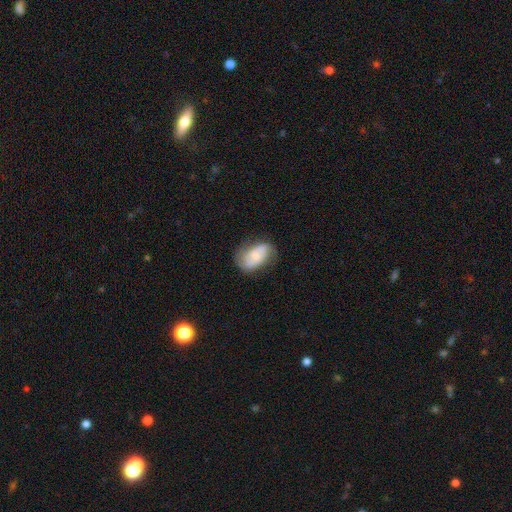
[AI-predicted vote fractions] Smooth or featured? Predicted: featured or disk (p=0.58). Edge-on disk? Predicted: no (p=0.96). Bar? Predicted: no (p=0.50). Spiral arms? Predicted: yes (p=0.86). Bulge size? Predicted: small (p=0.49). Merging? Predicted: none (p=0.62).